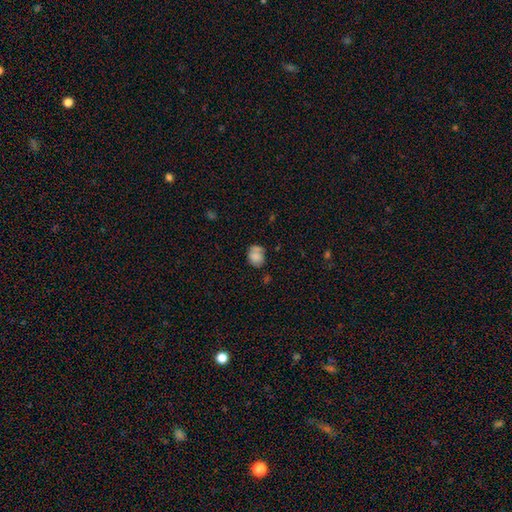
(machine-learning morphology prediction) Smooth or featured?
  - smooth: 76% *
  - featured or disk: 15%
  - star or artifact: 9%
How rounded?
  - in between: 51% *
  - round: 48%
  - cigar-shaped: 1%
Merging?
  - none: 50% *
  - minor disturbance: 28%
  - merger: 11%
  - major disturbance: 11%